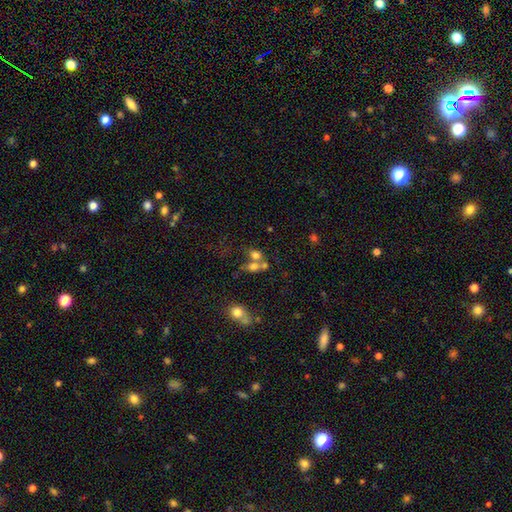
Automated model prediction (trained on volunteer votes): smooth 67%, featured or disk 18%, star or artifact 15%. Down the decision tree: how rounded — in between (56%); merging — merger (56%).